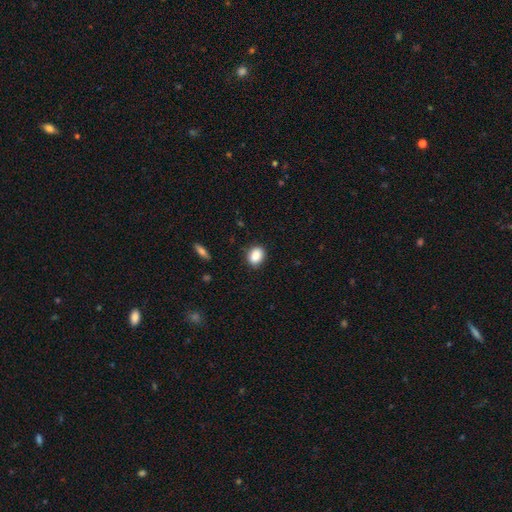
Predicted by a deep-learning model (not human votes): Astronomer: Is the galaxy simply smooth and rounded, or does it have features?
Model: smooth — 88%.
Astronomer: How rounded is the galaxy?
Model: in between — 61% (runner-up: round, 37%).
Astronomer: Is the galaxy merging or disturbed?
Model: none — 86%.